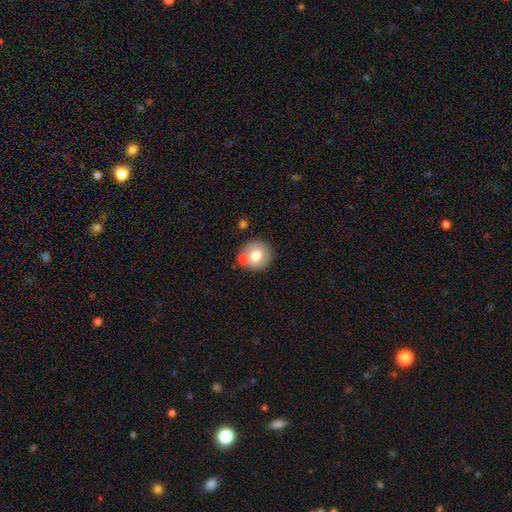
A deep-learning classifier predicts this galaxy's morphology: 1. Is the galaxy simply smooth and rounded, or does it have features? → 72% smooth, 19% featured or disk, 9% star or artifact.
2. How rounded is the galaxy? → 87% round, 12% in between, 1% cigar-shaped.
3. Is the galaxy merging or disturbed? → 65% none, 20% merger, 12% minor disturbance, 3% major disturbance.